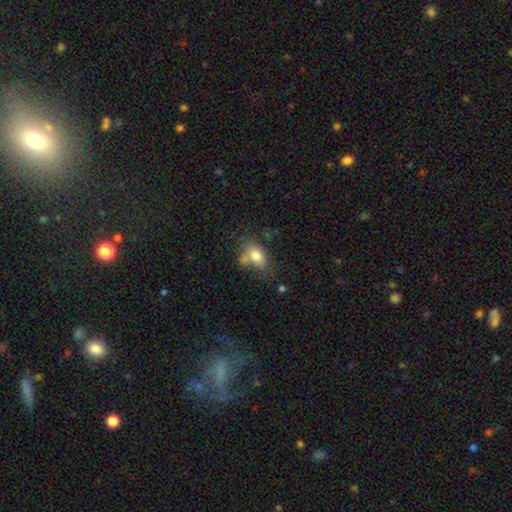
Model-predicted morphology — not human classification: Smooth or featured? Predicted: smooth (p=0.78). How rounded? Predicted: in between (p=0.81). Merging? Predicted: none (p=0.54).